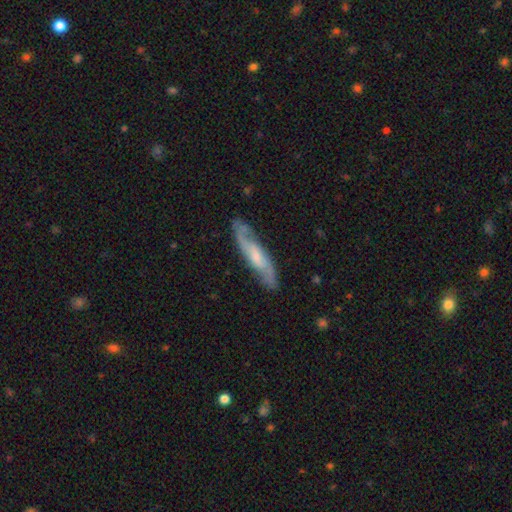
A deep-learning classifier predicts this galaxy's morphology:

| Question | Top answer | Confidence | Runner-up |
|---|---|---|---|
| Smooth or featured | featured or disk | 75% | smooth (20%) |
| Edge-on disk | no | 70% | yes (30%) |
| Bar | weak | 44% | no (42%) |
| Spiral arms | yes | 93% | no (7%) |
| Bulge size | moderate | 41% | small (39%) |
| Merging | none | 81% | minor disturbance (14%) |